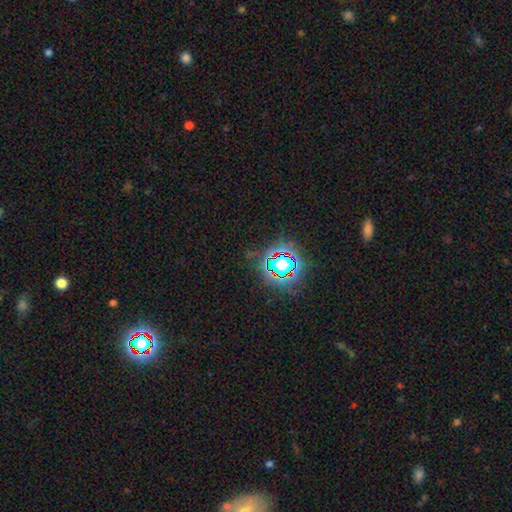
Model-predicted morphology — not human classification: Smooth or featured? star or artifact (80%)